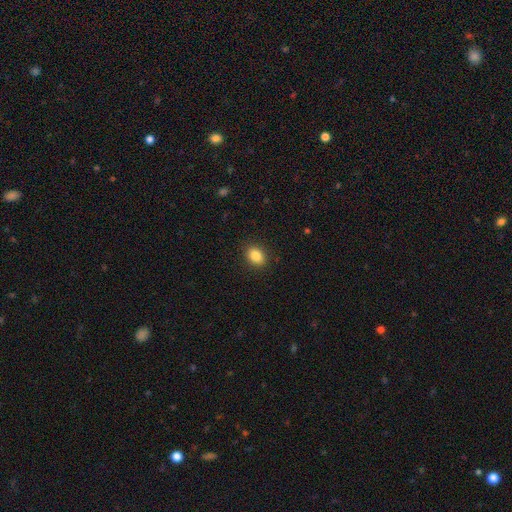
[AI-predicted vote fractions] A smooth galaxy with no disk features (87%) that is in between round and cigar-shaped (64%).

Vote fractions:
- Smooth or featured? smooth: 87% / star or artifact: 9% / featured or disk: 4%
- How rounded? in between: 64% / round: 35% / cigar-shaped: 1%
- Merging? none: 89% / minor disturbance: 8% / major disturbance: 2% / merger: 1%